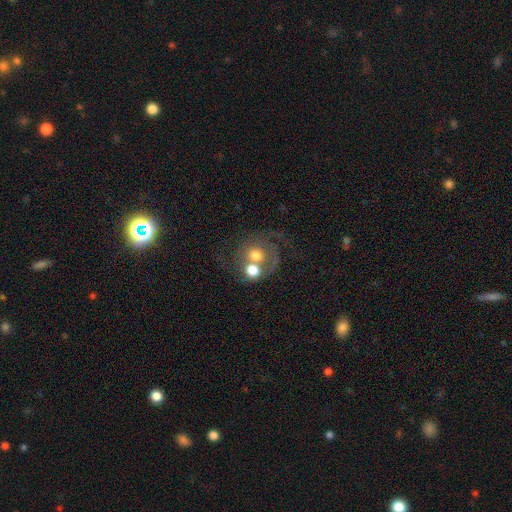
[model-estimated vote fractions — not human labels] smooth-or-featured: featured or disk: 50% | smooth: 40% | star or artifact: 10%
  disk-edge-on: no: 97% | yes: 3%
  merging: merger: 56% | none: 23% | major disturbance: 13% | minor disturbance: 9%